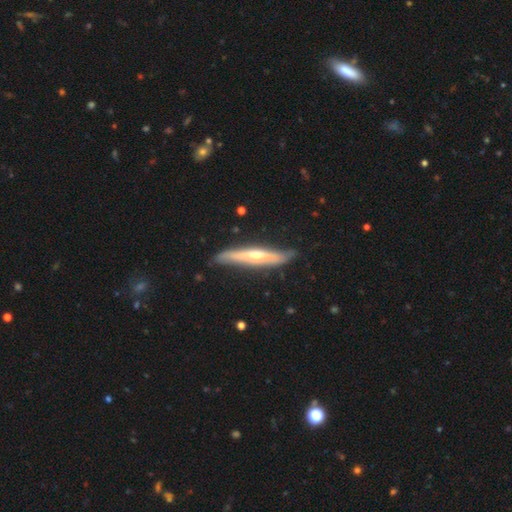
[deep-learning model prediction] The model was most divided on "smooth or featured": featured or disk: 60%, smooth: 34%, star or artifact: 5%. More confident: edge-on disk — yes (85%); merging — none (76%); edge-on bulge — rounded (72%).